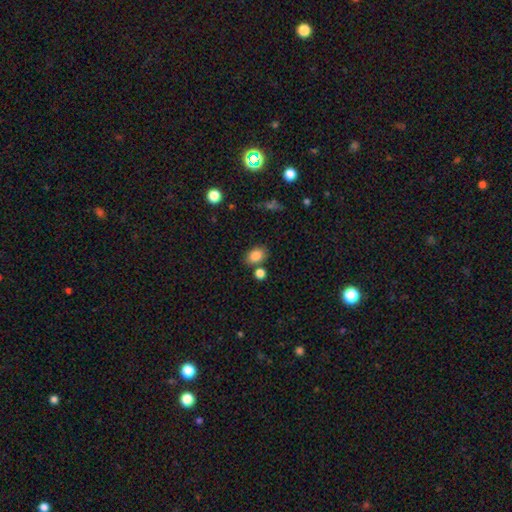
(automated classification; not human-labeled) This appears to be a smooth galaxy with no disk features (84%) that is in between round and cigar-shaped (76%). Merging: none (72%).